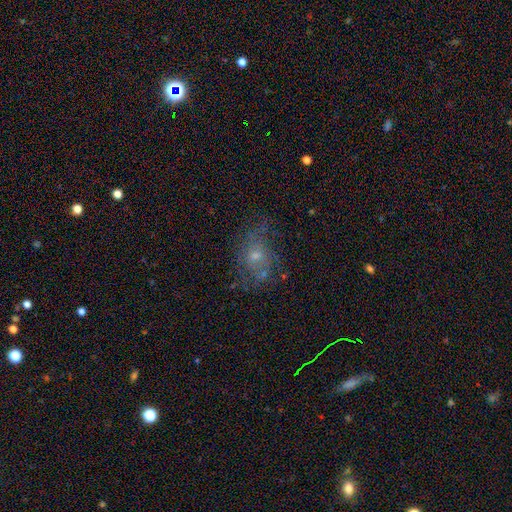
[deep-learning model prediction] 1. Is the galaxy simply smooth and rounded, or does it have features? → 46% featured or disk, 32% smooth, 22% star or artifact.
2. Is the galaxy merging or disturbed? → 59% none, 21% minor disturbance, 16% major disturbance, 4% merger.